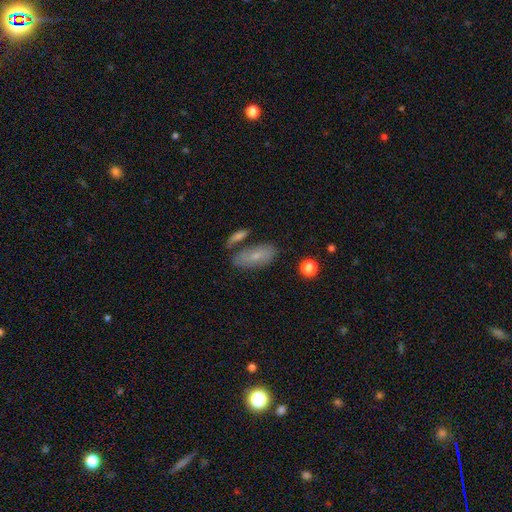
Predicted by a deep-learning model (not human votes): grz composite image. It shows a smooth galaxy with no disk features (64%) that is in between round and cigar-shaped (82%). Merging: none (62%).